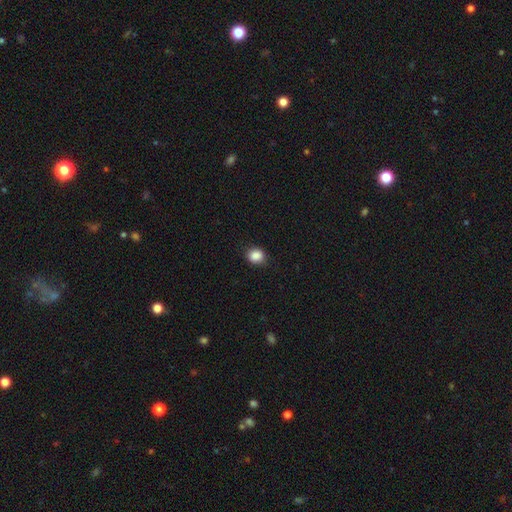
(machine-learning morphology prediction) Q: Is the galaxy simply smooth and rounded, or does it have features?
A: smooth — 87%.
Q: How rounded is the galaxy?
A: round — 66%.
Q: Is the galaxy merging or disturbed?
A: none — 86%.